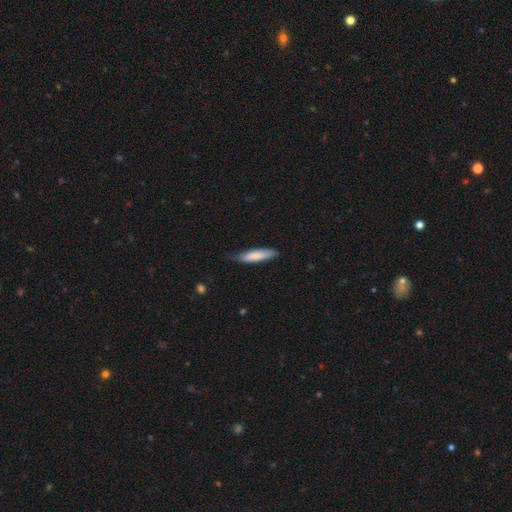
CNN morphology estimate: A smooth galaxy with no disk features (79%) that is cigar-shaped (74%). Merging: none (71%).